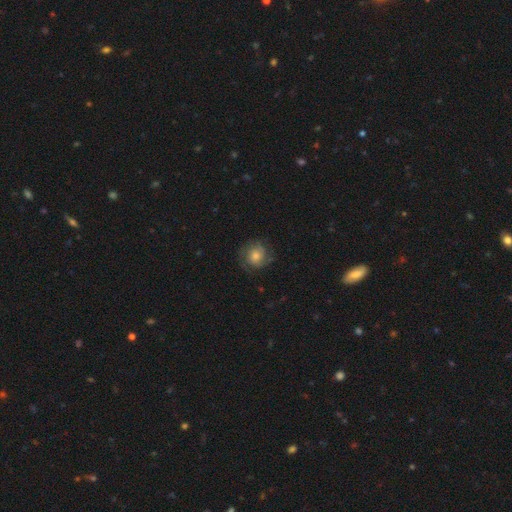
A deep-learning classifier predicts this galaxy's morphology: Q: Smooth or featured?
A: featured or disk (49%); runner-up: smooth (40%)
Q: Merging?
A: none (76%); runner-up: minor disturbance (15%)